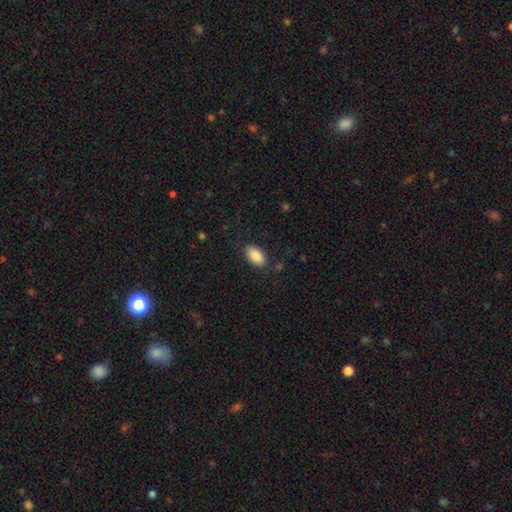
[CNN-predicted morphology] A smooth galaxy with no disk features (89%) that is in between round and cigar-shaped (94%). Merging: none (85%).